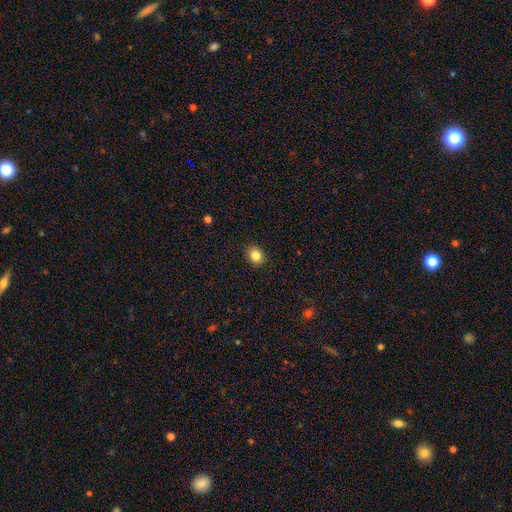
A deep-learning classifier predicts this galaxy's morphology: smooth 84%, star or artifact 10%, featured or disk 6%. Down the decision tree: how rounded — round (64%); merging — none (90%).